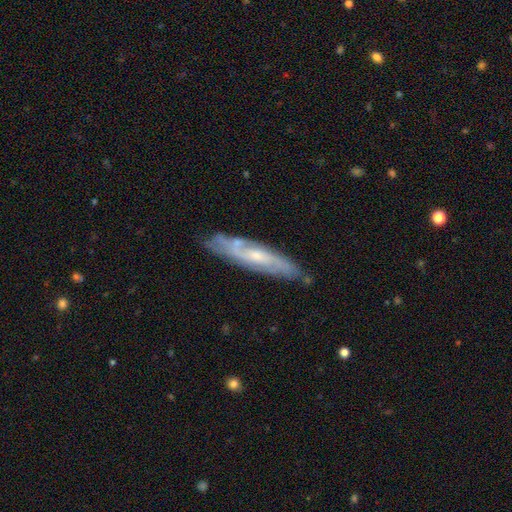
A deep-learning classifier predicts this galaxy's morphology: smooth-or-featured: featured or disk: 72% | smooth: 22% | star or artifact: 6%
  disk-edge-on: no: 57% | yes: 43%
  merging: none: 75% | minor disturbance: 18% | major disturbance: 4% | merger: 3%